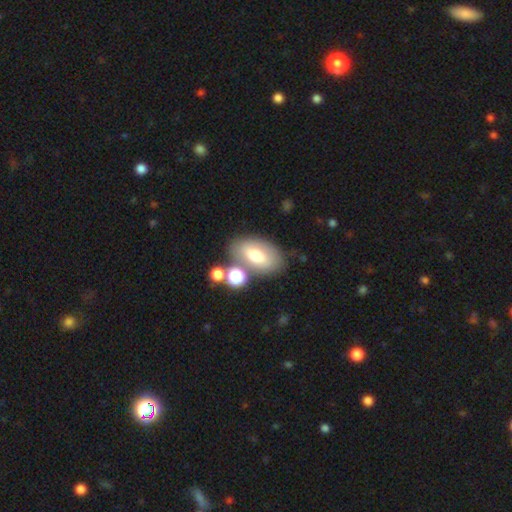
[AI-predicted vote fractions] Q: Smooth or featured?
A: smooth (64%); runner-up: featured or disk (27%)
Q: How rounded?
A: in between (90%); runner-up: round (7%)
Q: Merging?
A: none (65%); runner-up: minor disturbance (15%)